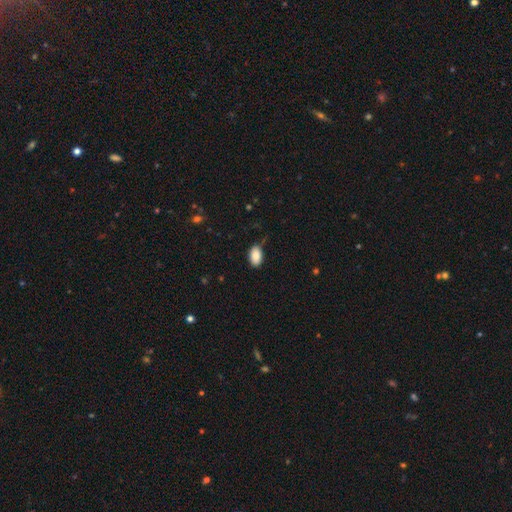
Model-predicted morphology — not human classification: smooth 85%, featured or disk 8%, star or artifact 7%. Down the decision tree: how rounded — in between (92%); merging — none (73%).